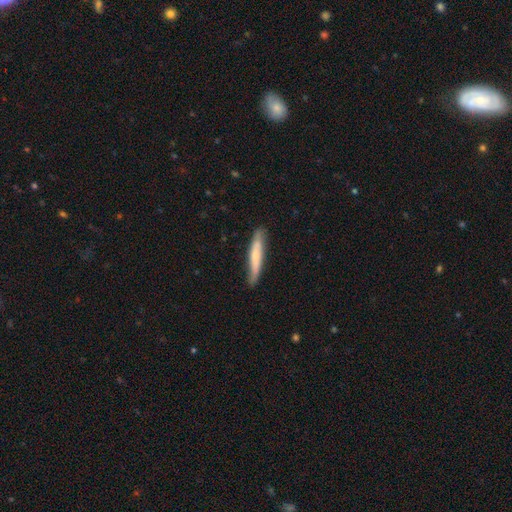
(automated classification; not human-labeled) This appears to be a smooth galaxy with no disk features (63%) that is cigar-shaped (93%). Merging: none (81%).